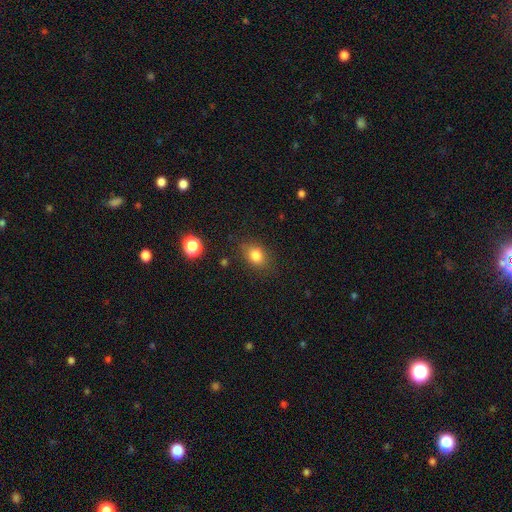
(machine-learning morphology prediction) Smooth or featured: smooth — 82% (star or artifact — 11%)
How rounded: in between — 62% (round — 37%)
Merging: none — 79% (minor disturbance — 15%)